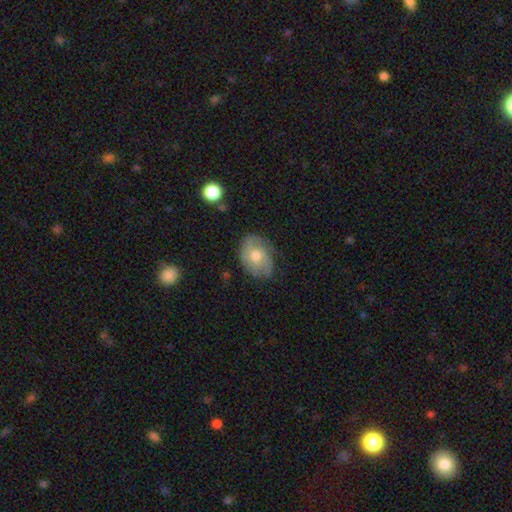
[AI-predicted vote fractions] Smooth or featured? featured or disk (49%)
Merging? none (68%)